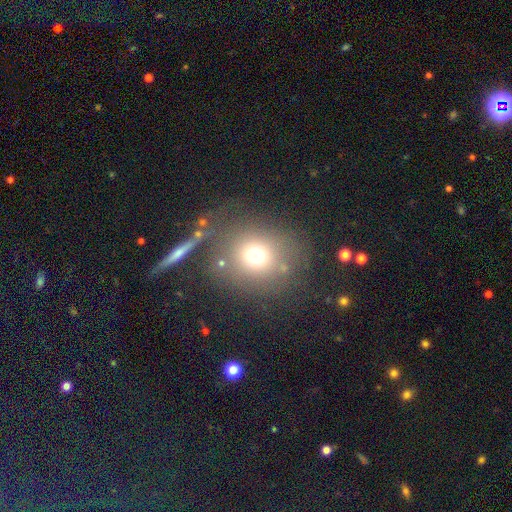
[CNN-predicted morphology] smooth 68%, star or artifact 19%, featured or disk 13%. Down the decision tree: how rounded — round (83%); merging — none (67%).